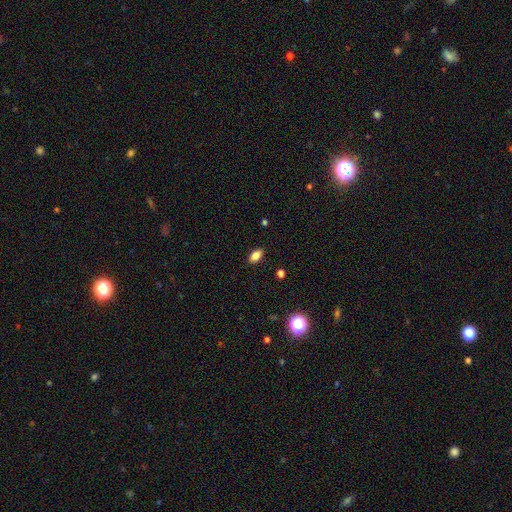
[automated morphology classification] A smooth galaxy with no disk features (84%) that is in between round and cigar-shaped (89%). Merging: none (88%).